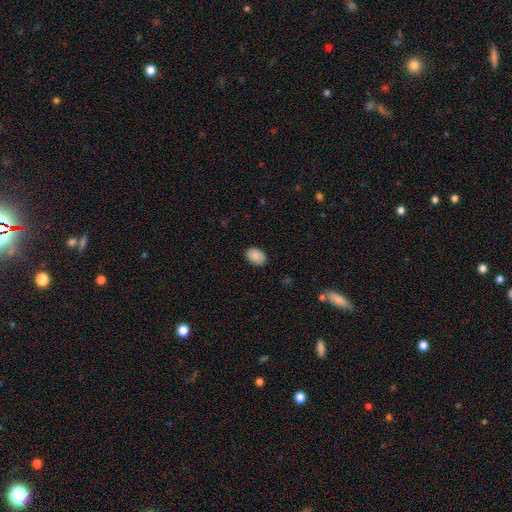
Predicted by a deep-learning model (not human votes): The model was most divided on "how rounded": in between: 80%, round: 19%, cigar-shaped: 1%. More confident: smooth or featured — smooth (89%); merging — none (88%).